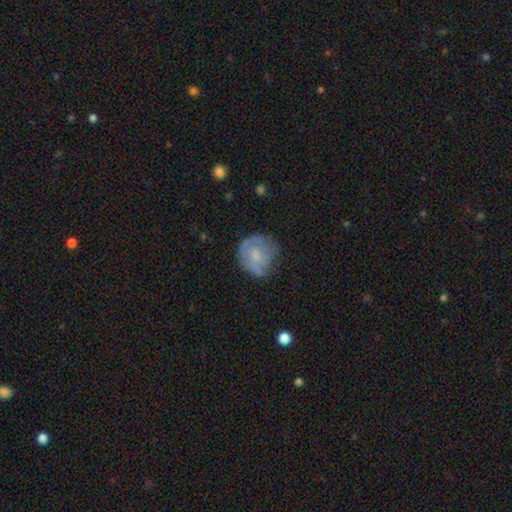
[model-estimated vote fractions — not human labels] A smooth galaxy with no disk features (48%). Merging: none (53%).